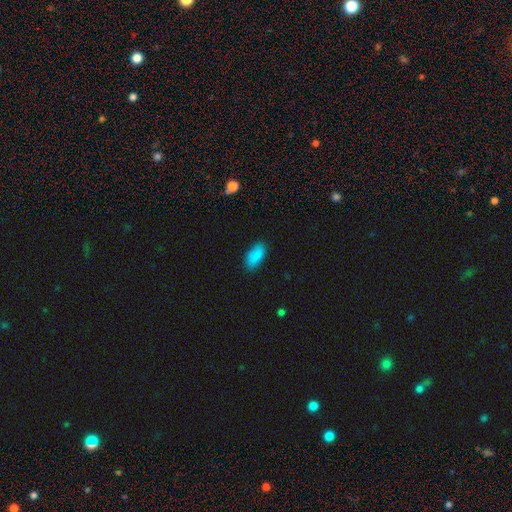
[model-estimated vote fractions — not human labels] smooth-or-featured: smooth: 88% | star or artifact: 7% | featured or disk: 5%
  how-rounded: in between: 90% | cigar-shaped: 7% | round: 3%
  merging: none: 85% | minor disturbance: 12% | major disturbance: 2% | merger: 1%